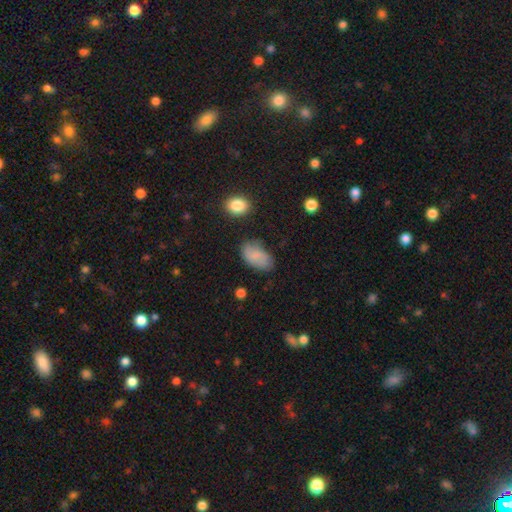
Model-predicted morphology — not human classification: smooth 70%, featured or disk 21%, star or artifact 8%. Down the decision tree: how rounded — in between (93%); merging — none (70%).